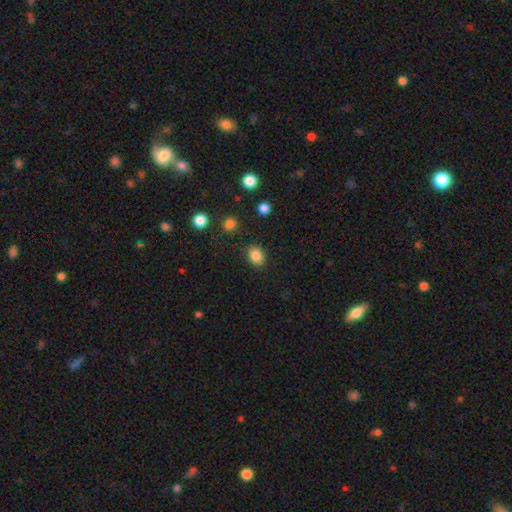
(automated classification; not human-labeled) Morphology: type=smooth (85%); roundness=in between (57%); merging=none (86%).